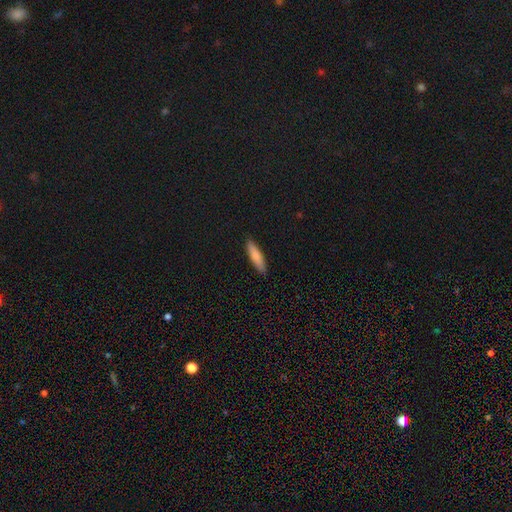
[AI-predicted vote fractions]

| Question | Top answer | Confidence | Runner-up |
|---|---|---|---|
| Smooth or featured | smooth | 79% | featured or disk (15%) |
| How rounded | cigar-shaped | 76% | in between (22%) |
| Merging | none | 90% | minor disturbance (7%) |